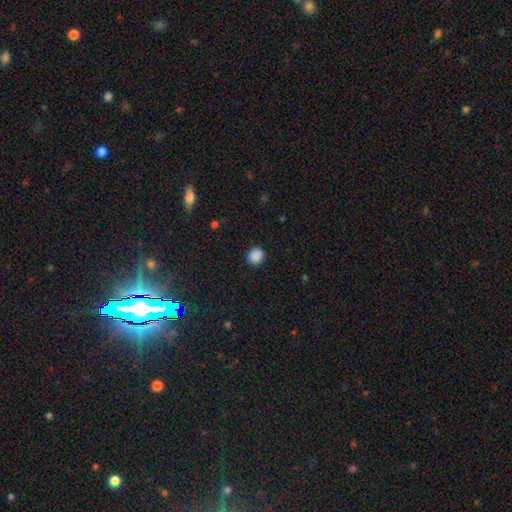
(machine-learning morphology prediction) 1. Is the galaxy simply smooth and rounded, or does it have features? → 87% smooth, 10% star or artifact, 3% featured or disk.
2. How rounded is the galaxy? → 80% round, 19% in between, 1% cigar-shaped.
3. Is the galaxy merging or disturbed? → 89% none, 8% minor disturbance, 2% major disturbance, 1% merger.